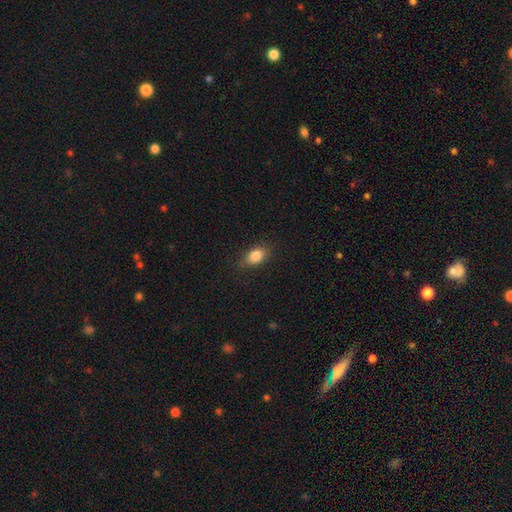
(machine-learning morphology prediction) Smooth or featured?
  - smooth: 83% *
  - star or artifact: 9%
  - featured or disk: 8%
How rounded?
  - in between: 78% *
  - round: 18%
  - cigar-shaped: 4%
Merging?
  - none: 79% *
  - minor disturbance: 16%
  - major disturbance: 4%
  - merger: 1%